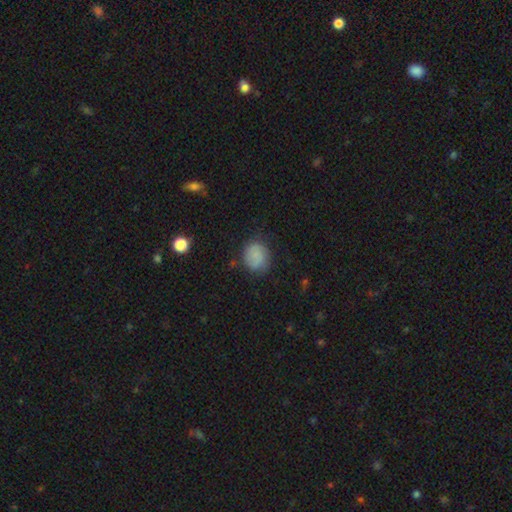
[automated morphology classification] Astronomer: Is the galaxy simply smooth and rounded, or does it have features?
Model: smooth — 75%.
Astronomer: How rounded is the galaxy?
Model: round — 71%.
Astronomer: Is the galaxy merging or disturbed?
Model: none — 75%.